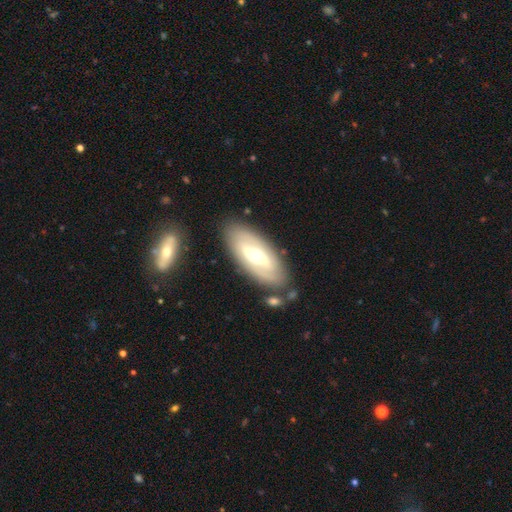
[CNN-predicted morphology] Q: Smooth or featured?
A: featured or disk (65%); runner-up: smooth (30%)
Q: Edge-on disk?
A: no (84%); runner-up: yes (16%)
Q: Bar?
A: weak (37%); runner-up: strong (33%)
Q: Spiral arms?
A: no (52%); runner-up: yes (48%)
Q: Bulge size?
A: moderate (71%); runner-up: small (14%)
Q: Merging?
A: none (80%); runner-up: minor disturbance (12%)